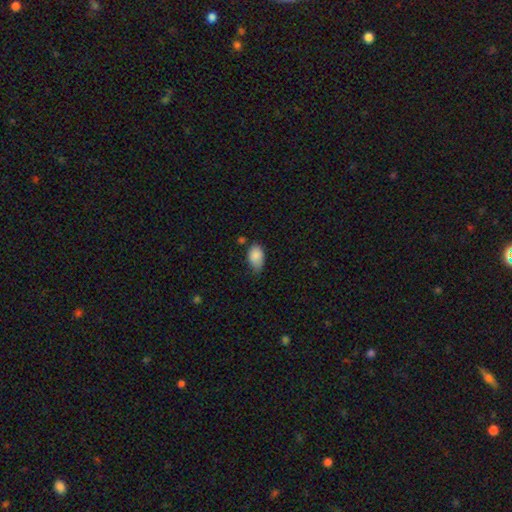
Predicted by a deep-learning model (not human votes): Overall: smooth (87%). How rounded: in between (90%). Merging: none (49%; minor disturbance 41%).